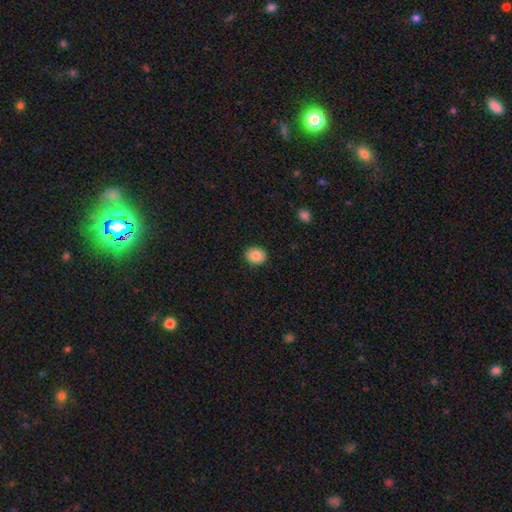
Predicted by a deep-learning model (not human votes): This is clearly a smooth galaxy (87%). How rounded: possibly round (58%). Merging: clearly none (89%).